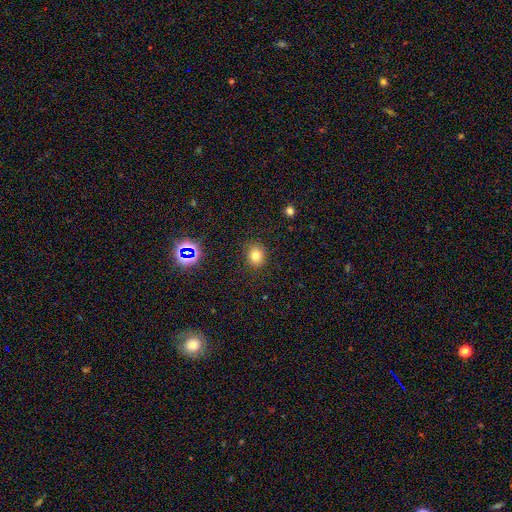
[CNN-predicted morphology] smooth_or_featured: smooth (p=0.76) [alt: star or artifact p=0.16]
how_rounded: round (p=0.75) [alt: in between p=0.24]
merging: none (p=0.88) [alt: minor disturbance p=0.08]